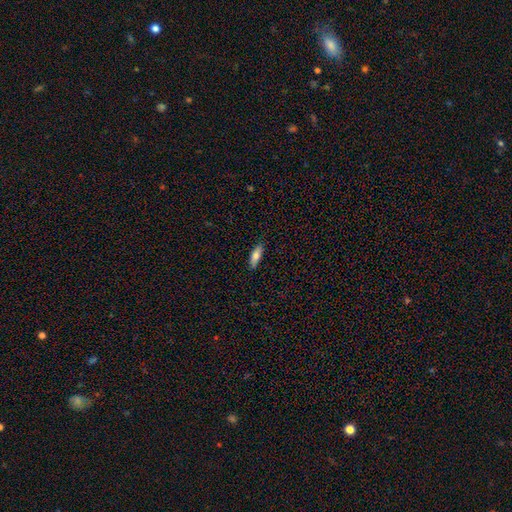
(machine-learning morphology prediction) Smooth or featured? Predicted: smooth (p=0.77). How rounded? Predicted: in between (p=0.57). Merging? Predicted: none (p=0.86).